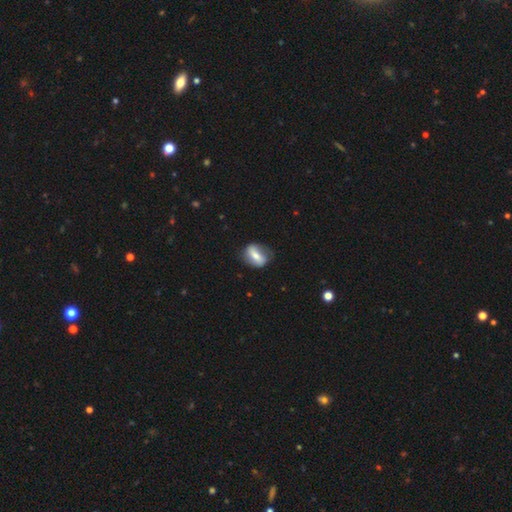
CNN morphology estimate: A smooth galaxy with no disk features (48%). Merging: none (64%).